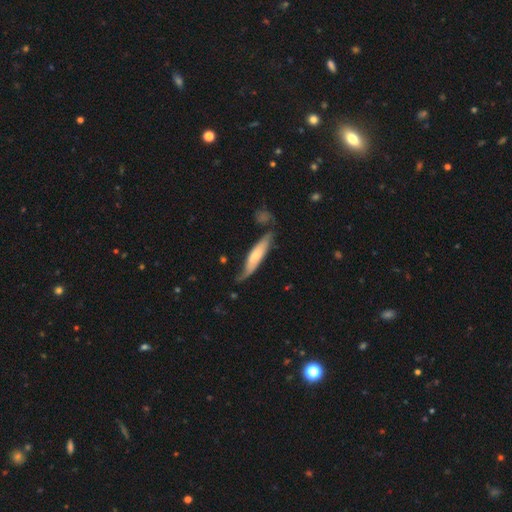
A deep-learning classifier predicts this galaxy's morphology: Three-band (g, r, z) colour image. It shows a smooth galaxy with no disk features (52%) that is cigar-shaped (76%). Merging: none (57%).